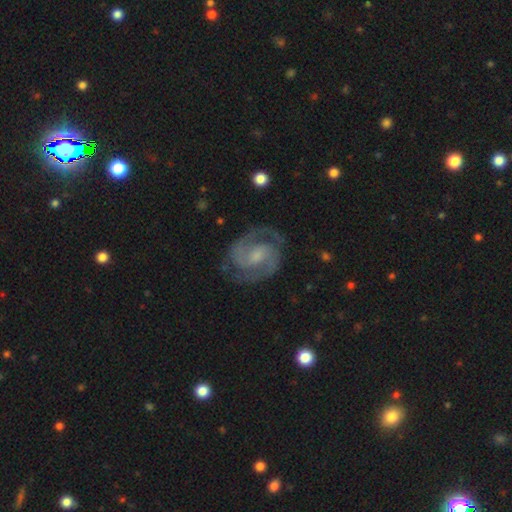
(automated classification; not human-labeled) Smooth or featured? featured or disk (91%)
Edge-on disk? no (98%)
Bar? weak (51%)
Spiral arms? yes (98%)
Spiral winding? medium (54%)
Spiral arm count? 2 (92%)
Bulge size? small (49%)
Merging? none (81%)